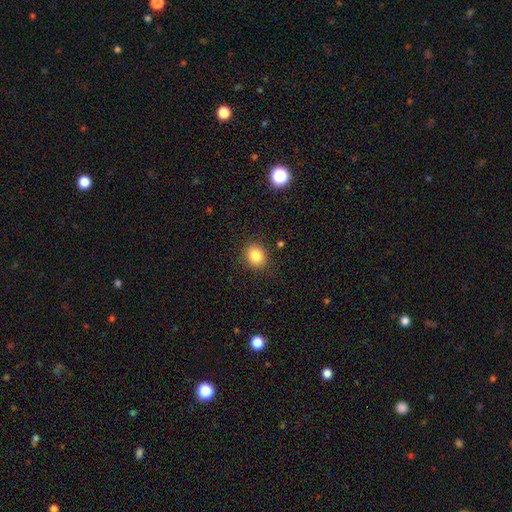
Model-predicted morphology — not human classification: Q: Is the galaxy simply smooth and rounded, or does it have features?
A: smooth — 83%.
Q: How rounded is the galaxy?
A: round — 64%.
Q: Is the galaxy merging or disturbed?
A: none — 87%.